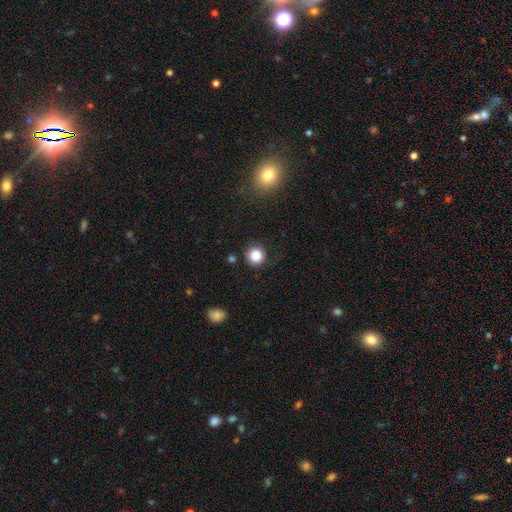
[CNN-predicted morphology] Overall: smooth (85%). How rounded: round (93%). Merging: none (87%).